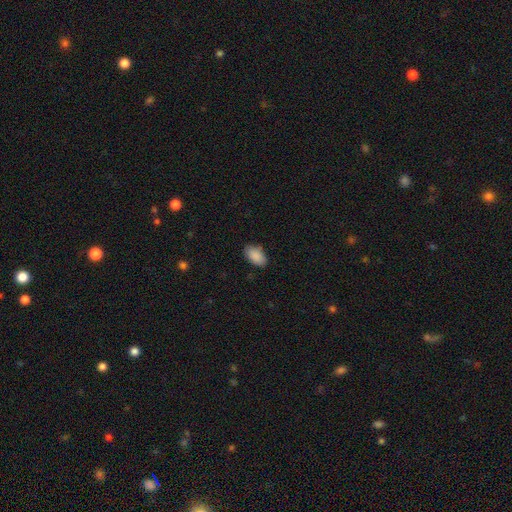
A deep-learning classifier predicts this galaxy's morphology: This is clearly a smooth galaxy (90%). How rounded: clearly in between (94%). Merging: clearly none (83%).